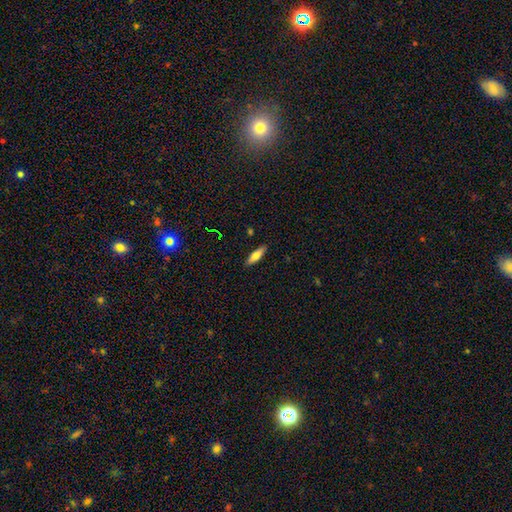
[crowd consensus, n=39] Smooth or featured? smooth (67%)
How rounded? cigar-shaped (69%)
Merging? none (92%)